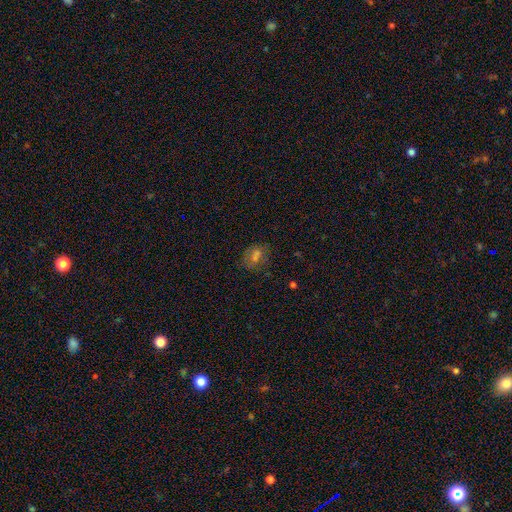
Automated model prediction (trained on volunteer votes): This appears to be a smooth galaxy with no disk features (49%). Merging: none (72%).